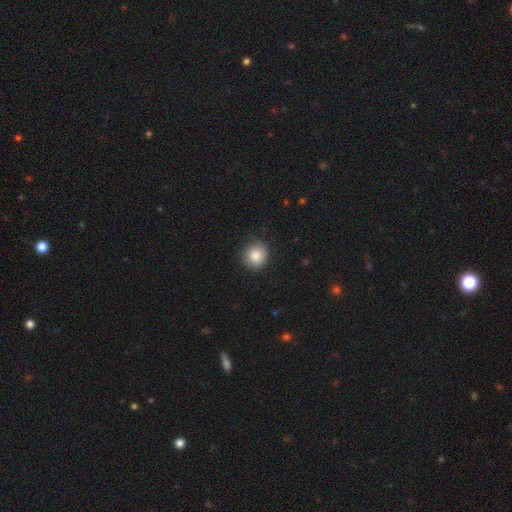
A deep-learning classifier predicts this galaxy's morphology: Smooth or featured? Predicted: smooth (p=0.84). How rounded? Predicted: round (p=0.88). Merging? Predicted: none (p=0.80).